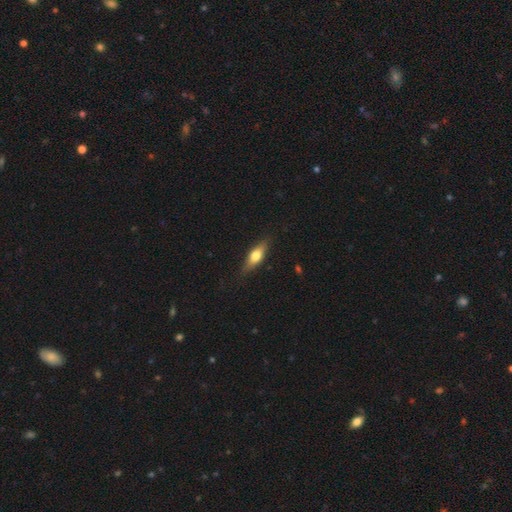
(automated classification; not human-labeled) This appears to be a smooth galaxy with no disk features (56%) that is in between round and cigar-shaped (53%). Merging: none (84%).